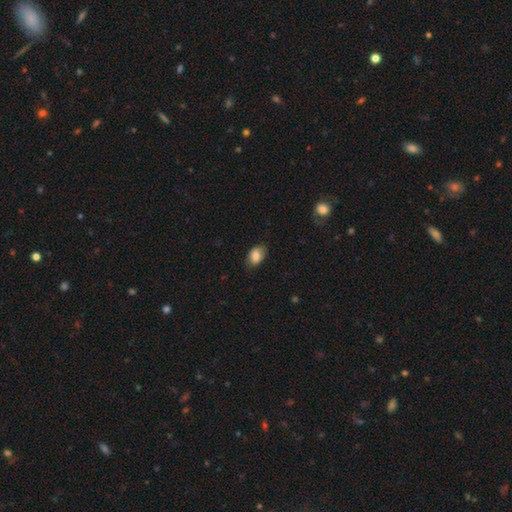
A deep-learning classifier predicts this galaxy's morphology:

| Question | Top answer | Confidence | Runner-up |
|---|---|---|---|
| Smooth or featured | smooth | 83% | featured or disk (9%) |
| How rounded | in between | 86% | round (12%) |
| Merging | none | 79% | minor disturbance (17%) |